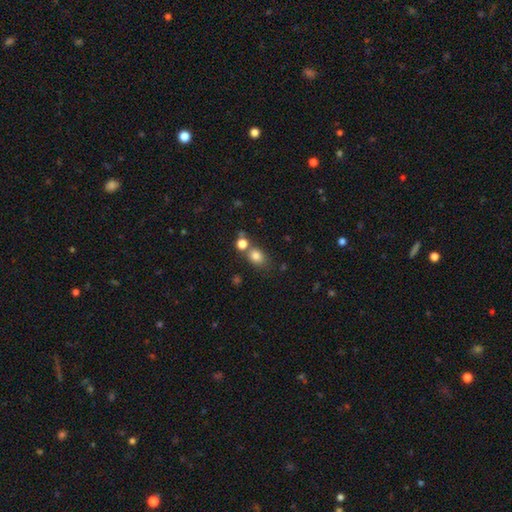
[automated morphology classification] smooth 80%, star or artifact 12%, featured or disk 8%. Down the decision tree: how rounded — in between (51%); merging — none (54%).